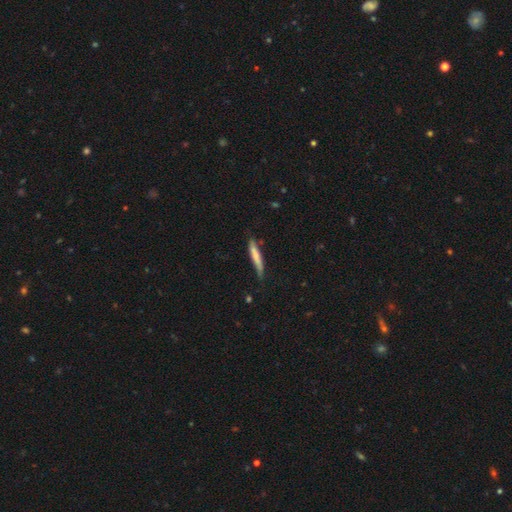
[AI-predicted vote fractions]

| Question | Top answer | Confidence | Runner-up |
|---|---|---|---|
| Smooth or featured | smooth | 68% | featured or disk (26%) |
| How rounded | cigar-shaped | 91% | in between (7%) |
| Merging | none | 67% | minor disturbance (26%) |